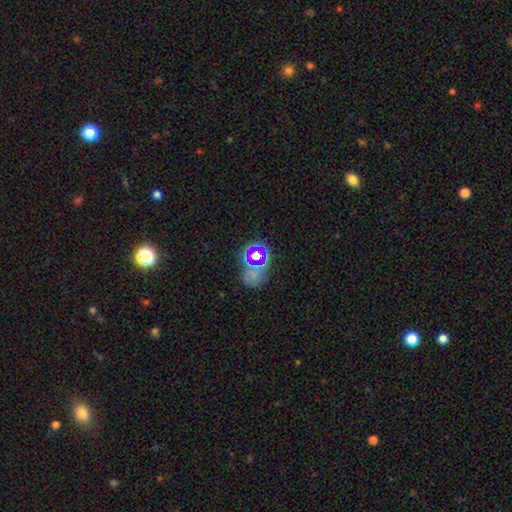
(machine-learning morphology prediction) Q: Smooth or featured?
A: star or artifact (46%); runner-up: smooth (39%)